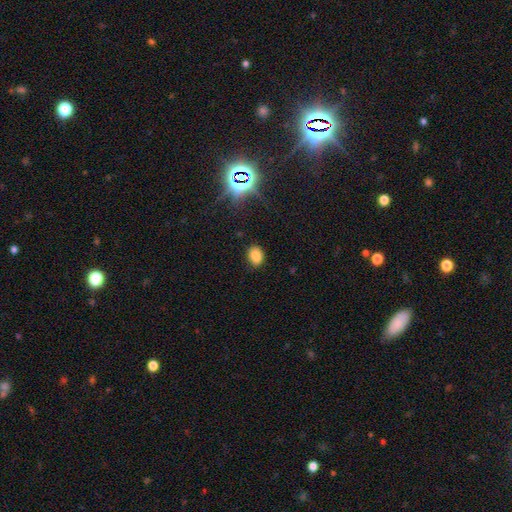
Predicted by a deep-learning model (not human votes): Morphology: type=smooth (79%); roundness=in between (64%); merging=none (81%).